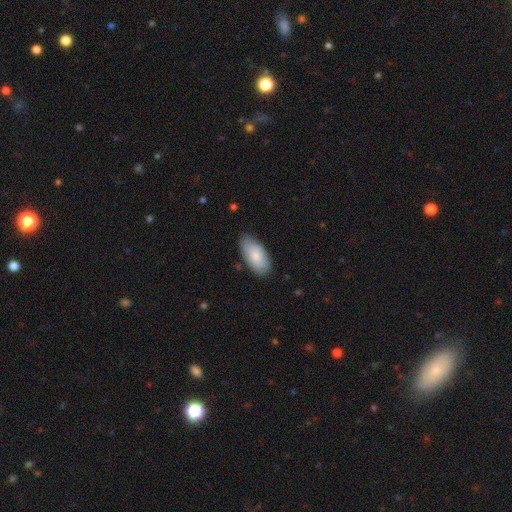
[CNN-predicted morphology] A smooth galaxy with no disk features (81%) that is in between round and cigar-shaped (94%). Merging: none (77%).